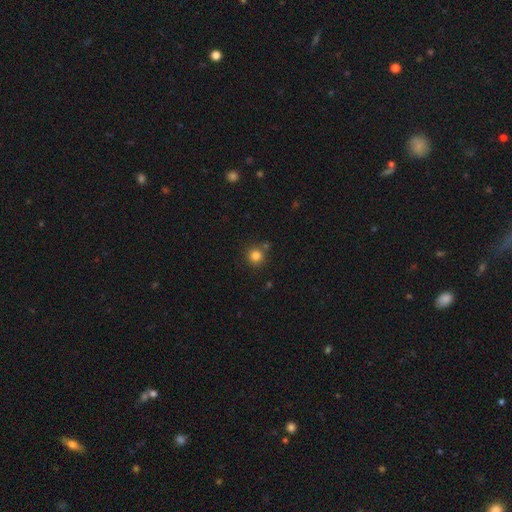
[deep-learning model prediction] Q: Smooth or featured?
A: smooth (82%); runner-up: star or artifact (13%)
Q: How rounded?
A: round (93%); runner-up: in between (6%)
Q: Merging?
A: none (79%); runner-up: minor disturbance (10%)